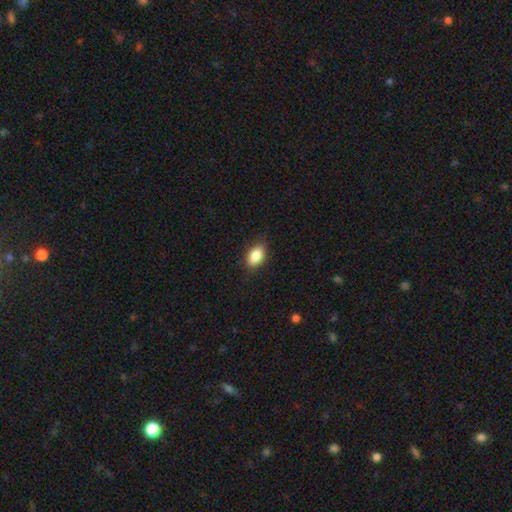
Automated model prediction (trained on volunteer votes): This is clearly a smooth galaxy (84%). How rounded: clearly in between (87%). Merging: clearly none (84%).